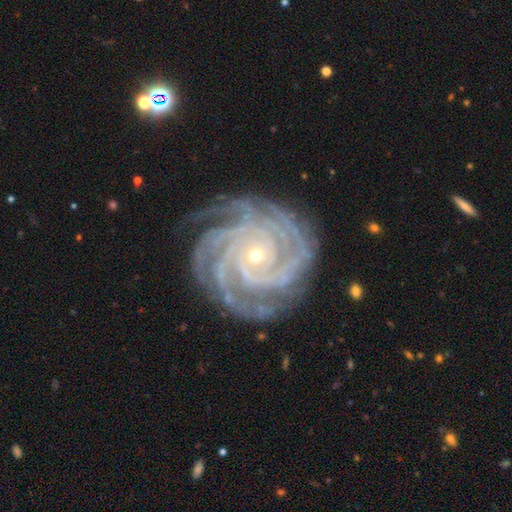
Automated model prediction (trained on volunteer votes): Smooth or featured: featured or disk — 93% (star or artifact — 5%)
Edge-on disk: no — 98% (yes — 2%)
Bar: no — 72% (weak — 19%)
Spiral arms: yes — 99% (no — 1%)
Spiral winding: tight — 82% (medium — 16%)
Spiral arm count: 4 — 33% (more than 4 — 24%)
Bulge size: small — 78% (moderate — 19%)
Merging: none — 79% (minor disturbance — 15%)